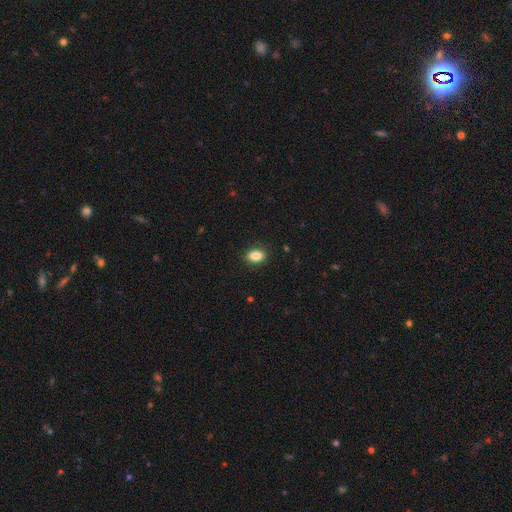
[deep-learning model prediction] Smooth or featured? Predicted: smooth (p=0.86). How rounded? Predicted: in between (p=0.82). Merging? Predicted: none (p=0.87).